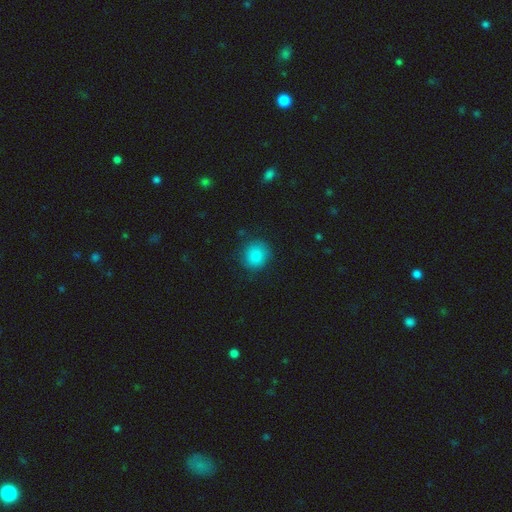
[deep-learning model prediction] This is clearly a smooth galaxy (86%). How rounded: clearly round (86%). Merging: clearly none (82%).